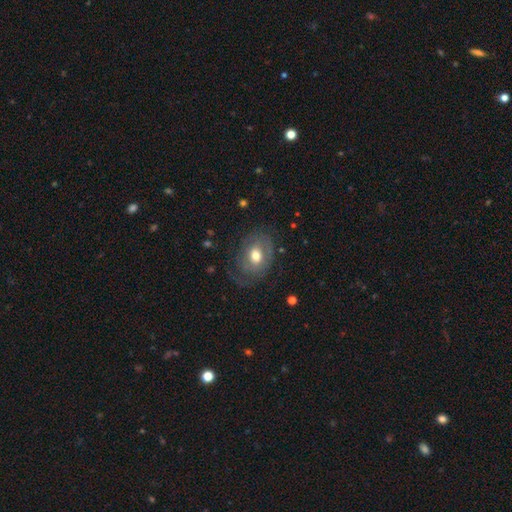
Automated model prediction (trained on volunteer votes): Smooth or featured?
  - featured or disk: 51% *
  - smooth: 41%
  - star or artifact: 8%
Edge-on disk?
  - no: 95% *
  - yes: 5%
Merging?
  - none: 60% *
  - minor disturbance: 22%
  - major disturbance: 17%
  - merger: 2%